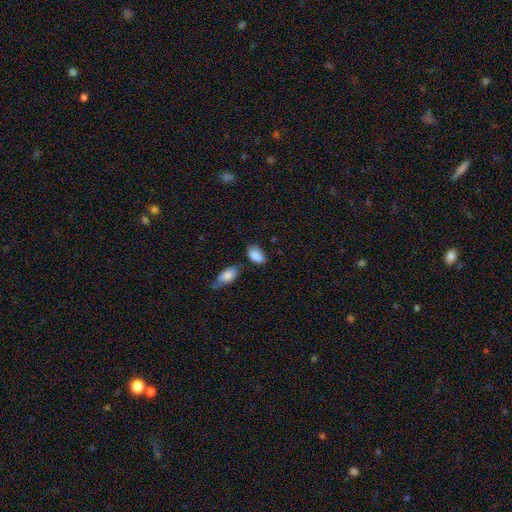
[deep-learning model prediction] This appears to be a smooth galaxy with no disk features (88%) that is in between round and cigar-shaped (92%). Merging: none (61%).